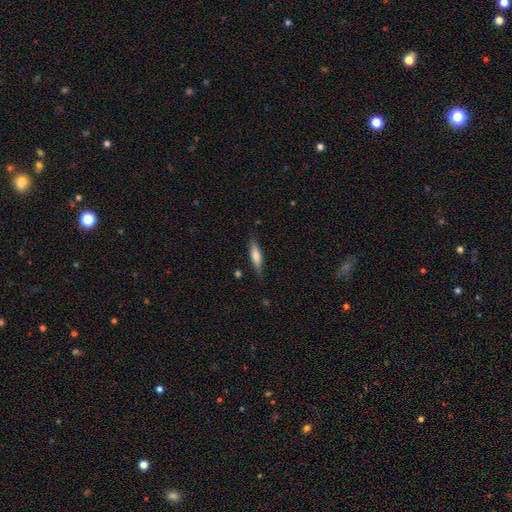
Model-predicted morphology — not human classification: Q: Smooth or featured?
A: smooth (65%); runner-up: featured or disk (28%)
Q: How rounded?
A: cigar-shaped (68%); runner-up: in between (30%)
Q: Merging?
A: none (81%); runner-up: minor disturbance (14%)